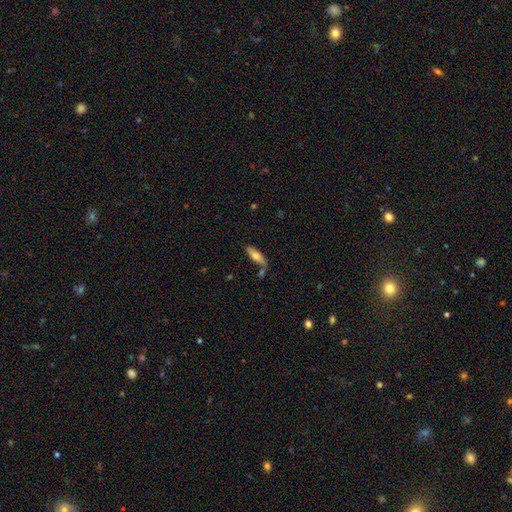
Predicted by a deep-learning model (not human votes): Smooth or featured? smooth (64%)
How rounded? in between (51%)
Merging? none (66%)